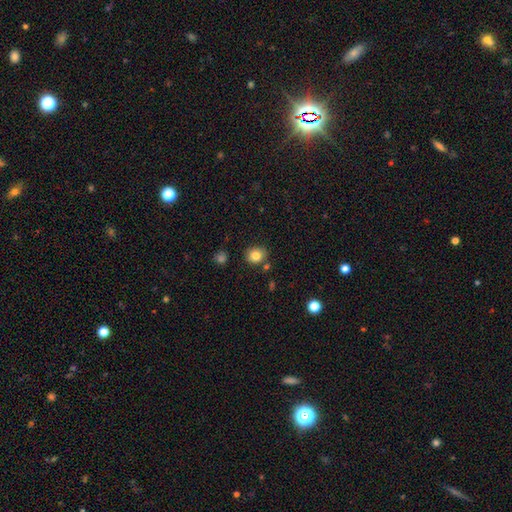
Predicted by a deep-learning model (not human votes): Smooth or featured? smooth (83%)
How rounded? round (70%)
Merging? none (81%)